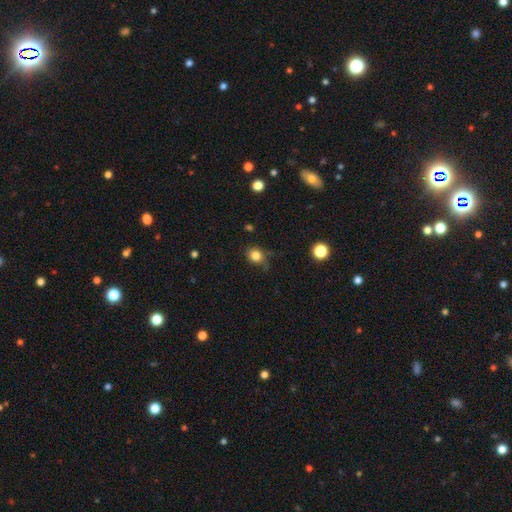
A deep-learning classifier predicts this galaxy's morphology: The model was most divided on "merging": none: 67%, minor disturbance: 24%, major disturbance: 7%, merger: 2%. More confident: smooth or featured — smooth (82%); how rounded — round (72%).